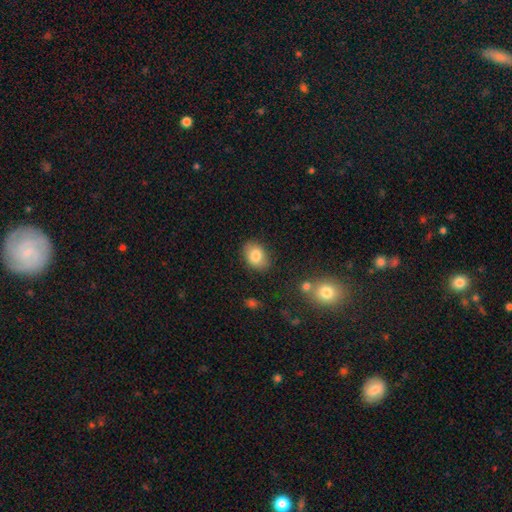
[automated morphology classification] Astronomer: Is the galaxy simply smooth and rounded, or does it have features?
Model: smooth — 82%.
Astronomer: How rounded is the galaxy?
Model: in between — 74%.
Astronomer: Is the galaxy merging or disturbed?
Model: none — 83%.